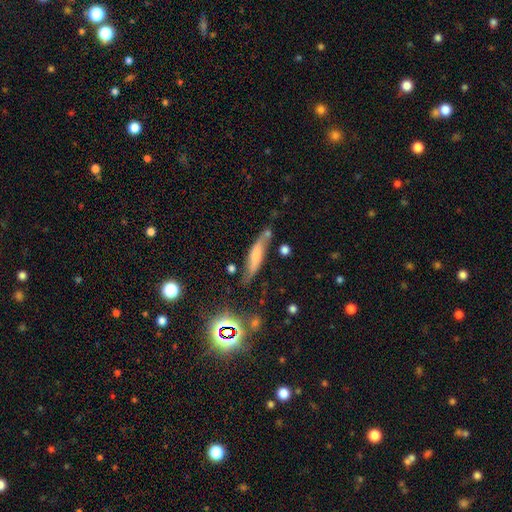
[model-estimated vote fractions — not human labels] smooth 53%, featured or disk 38%, star or artifact 9%. Down the decision tree: how rounded — cigar-shaped (77%); merging — none (62%).